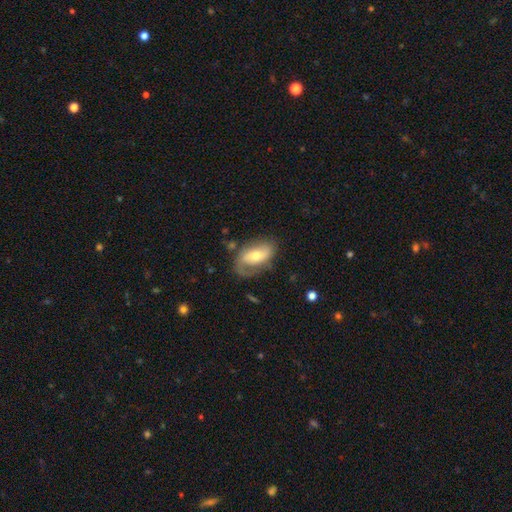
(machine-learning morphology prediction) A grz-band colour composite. It shows a featured or disk galaxy (63%) with no bar (49%), spiral arms (80%) and a moderate central bulge (58%). Merging: none (55%).